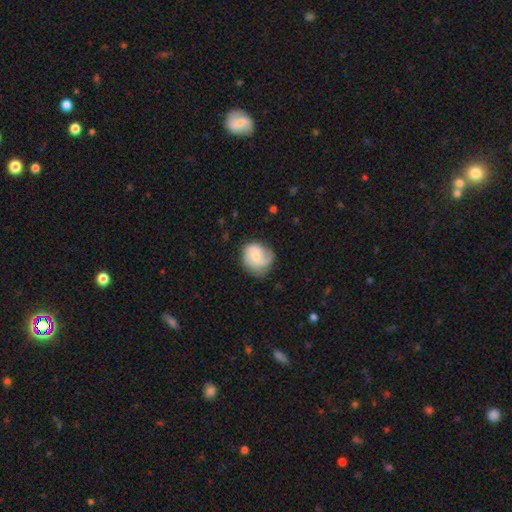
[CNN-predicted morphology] This is possibly a featured or disk galaxy (51%). It is clearly not viewed edge-on (98%). Bar: possibly no (60%). Spiral arm pattern: clearly yes (89%). Central bulge: possibly small (49%). Merging: likely none (62%).